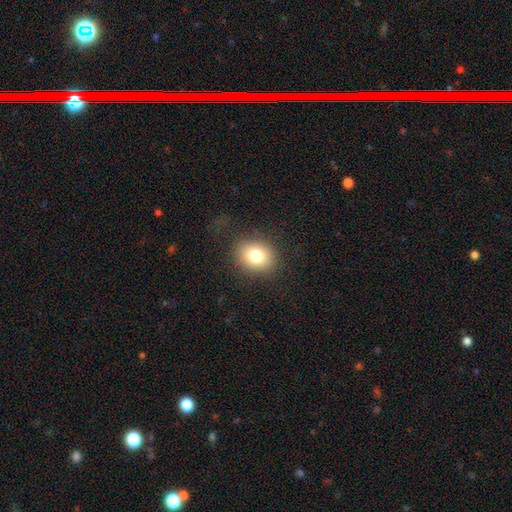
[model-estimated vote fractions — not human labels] This appears to be a smooth galaxy with no disk features (79%) that is round (60%). Merging: none (83%).